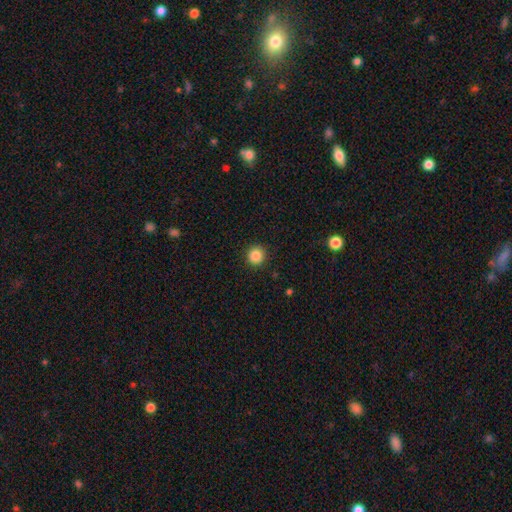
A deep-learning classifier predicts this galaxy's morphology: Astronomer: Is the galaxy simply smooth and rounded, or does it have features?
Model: smooth — 86%.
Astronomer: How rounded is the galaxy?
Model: round — 94%.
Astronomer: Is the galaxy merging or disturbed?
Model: none — 92%.